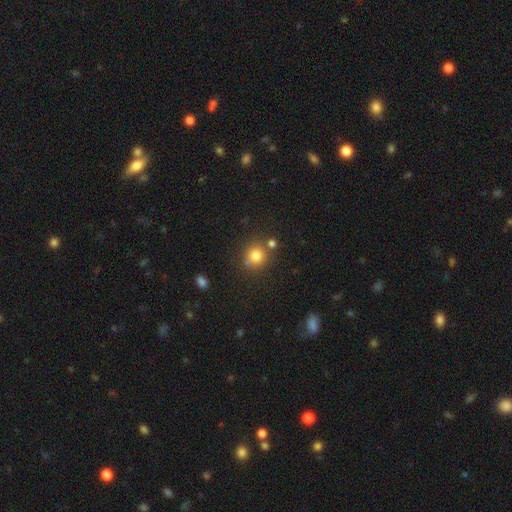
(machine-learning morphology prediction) Smooth or featured? Predicted: smooth (p=0.80). How rounded? Predicted: round (p=0.88). Merging? Predicted: none (p=0.71).